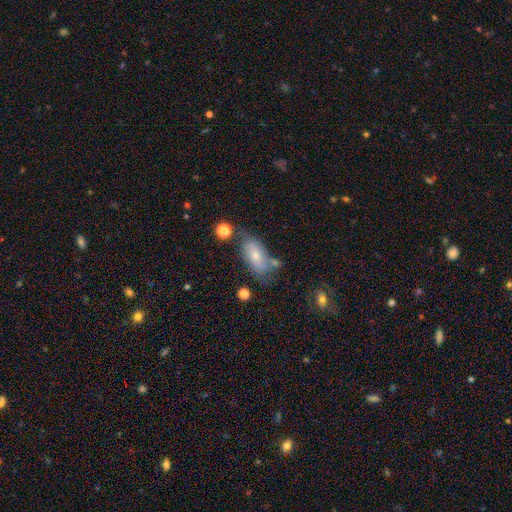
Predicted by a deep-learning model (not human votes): Morphology: type=smooth (64%); roundness=in between (88%); merging=none (50%).